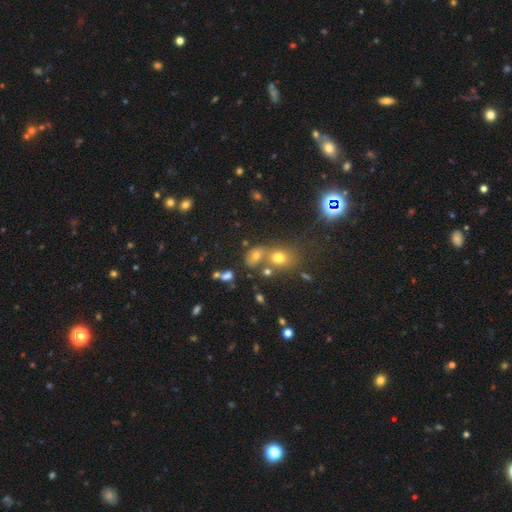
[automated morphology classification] This appears to be a smooth galaxy with no disk features (63%) that is in between round and cigar-shaped (60%). Merging: none (42%).